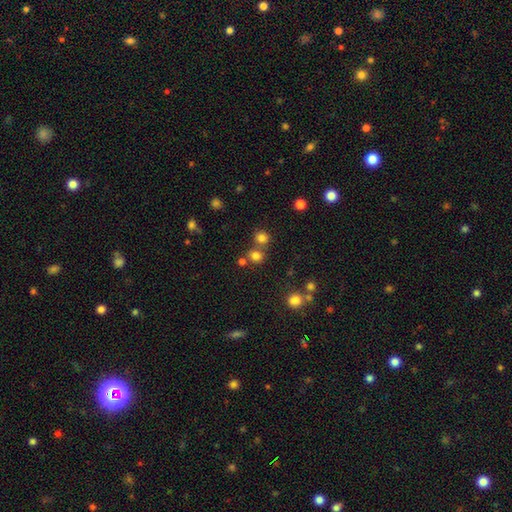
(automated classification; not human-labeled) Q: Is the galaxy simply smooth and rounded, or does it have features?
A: smooth — 74%.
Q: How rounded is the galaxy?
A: round — 85%.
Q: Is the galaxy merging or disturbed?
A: none — 64%.